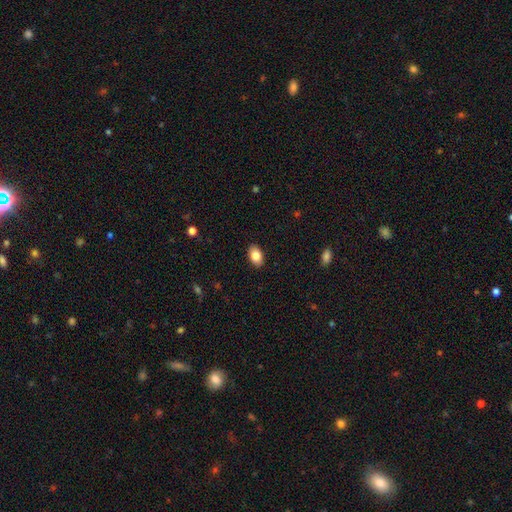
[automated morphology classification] Overall: smooth (83%). How rounded: in between (91%). Merging: none (89%).